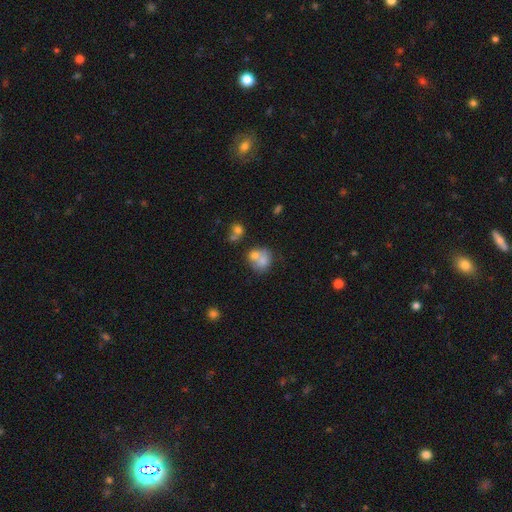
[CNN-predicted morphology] This is likely a smooth galaxy (68%). How rounded: likely round (66%). Merging: possibly merger (52%).